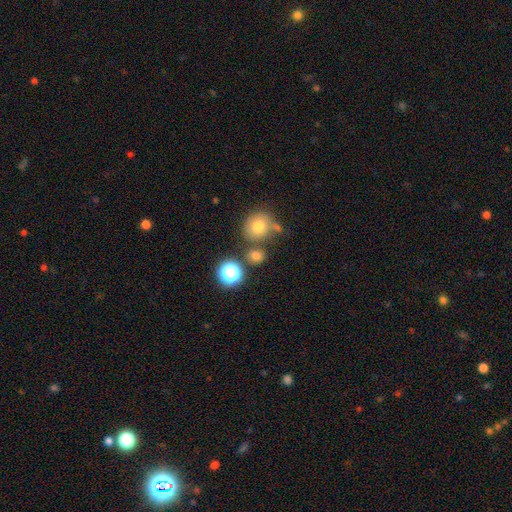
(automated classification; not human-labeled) Smooth or featured?
  - smooth: 73% *
  - star or artifact: 19%
  - featured or disk: 8%
How rounded?
  - round: 75% *
  - in between: 24%
  - cigar-shaped: 1%
Merging?
  - none: 68% *
  - merger: 18%
  - minor disturbance: 10%
  - major disturbance: 4%